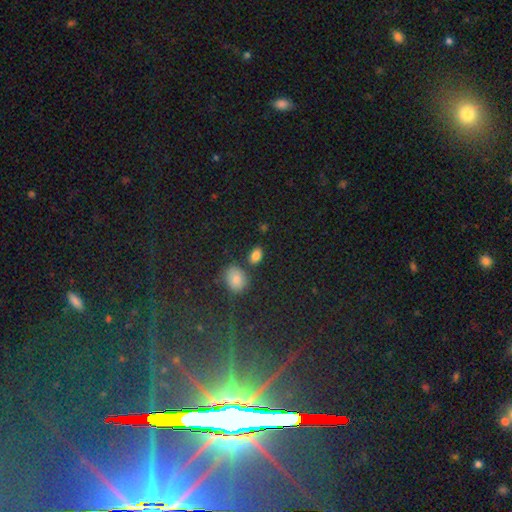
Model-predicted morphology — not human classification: Q: Smooth or featured?
A: smooth (84%); runner-up: star or artifact (10%)
Q: How rounded?
A: in between (84%); runner-up: round (14%)
Q: Merging?
A: none (77%); runner-up: minor disturbance (11%)